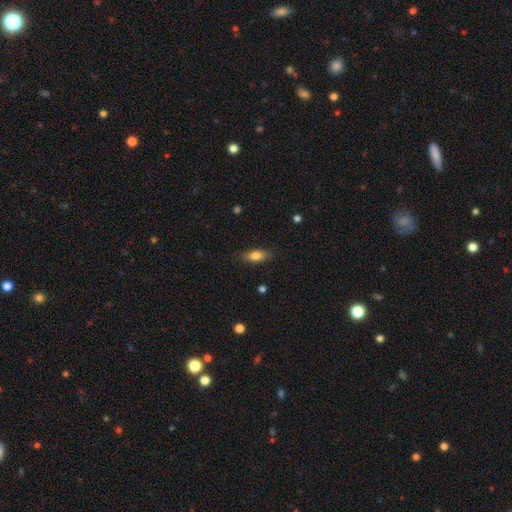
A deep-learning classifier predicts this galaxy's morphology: Overall: smooth (77%). How rounded: in between (79%). Merging: none (84%).